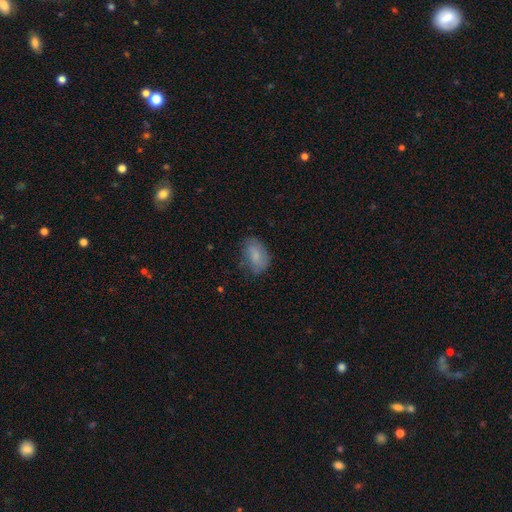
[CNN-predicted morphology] smooth 77%, featured or disk 16%, star or artifact 8%. Down the decision tree: how rounded — in between (87%); merging — none (66%).